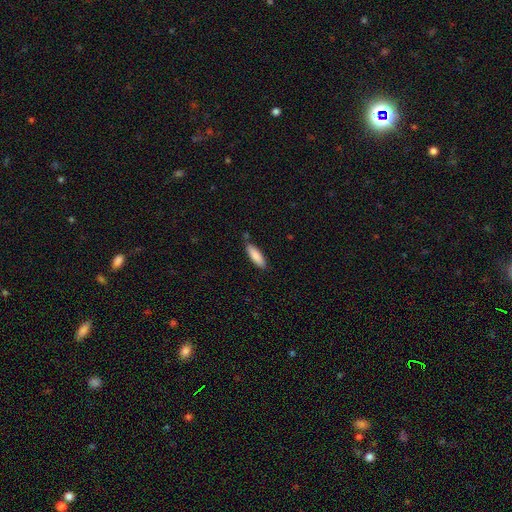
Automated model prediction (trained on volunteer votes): The model was most divided on "how rounded": cigar-shaped: 52%, in between: 47%, round: 1%. More confident: smooth or featured — smooth (85%); merging — none (81%).